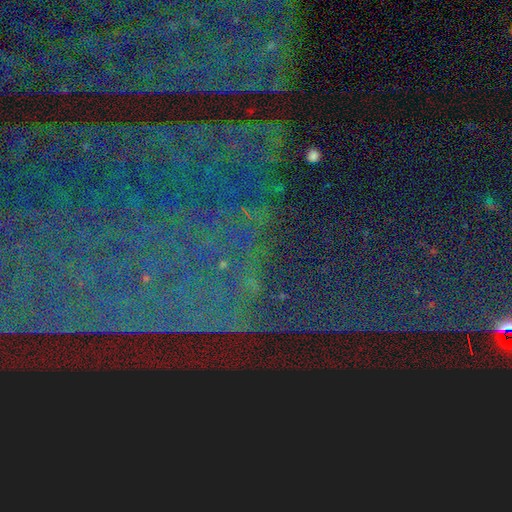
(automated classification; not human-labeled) Overall: star or artifact (87%).